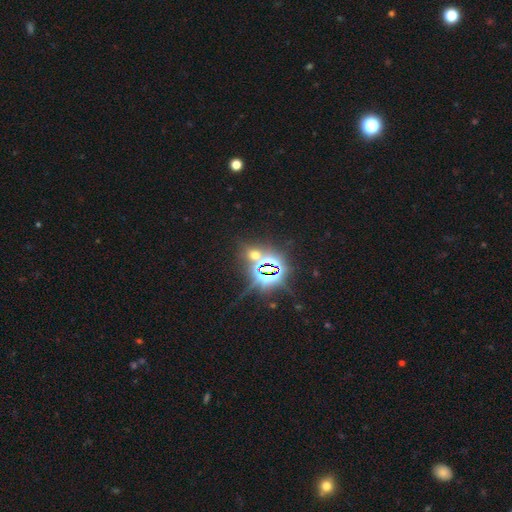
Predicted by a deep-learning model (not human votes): This appears to be a star or artifact, not a galaxy (70%).